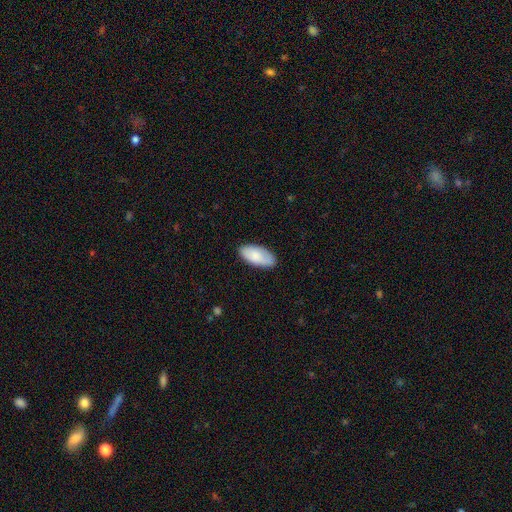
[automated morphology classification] Q: Smooth or featured?
A: smooth (82%); runner-up: featured or disk (12%)
Q: How rounded?
A: in between (93%); runner-up: cigar-shaped (5%)
Q: Merging?
A: none (83%); runner-up: minor disturbance (13%)